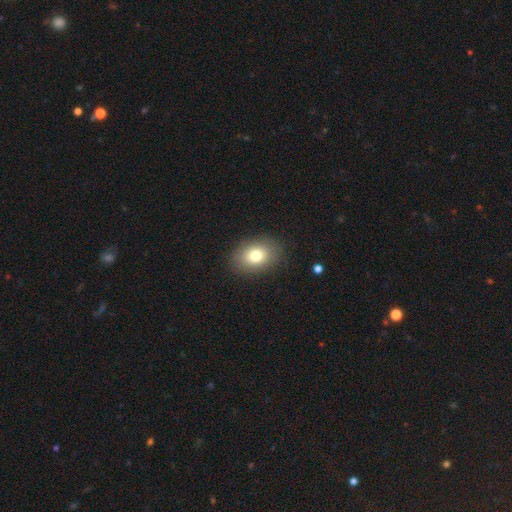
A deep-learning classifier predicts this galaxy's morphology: type=smooth (77%); roundness=in between (73%); merging=none (86%).